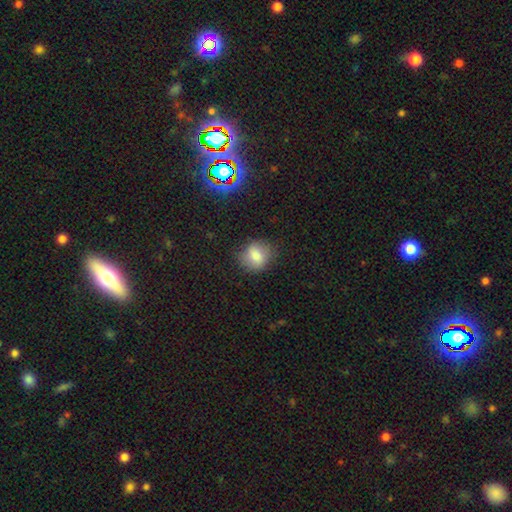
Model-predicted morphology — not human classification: The model was most divided on "how rounded": round: 68%, in between: 31%, cigar-shaped: 1%. More confident: smooth or featured — smooth (78%); merging — none (75%).